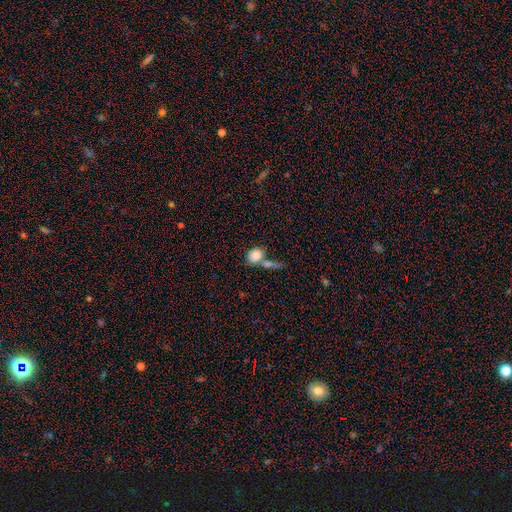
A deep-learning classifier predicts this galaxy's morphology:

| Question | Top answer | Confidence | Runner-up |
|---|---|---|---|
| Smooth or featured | smooth | 83% | featured or disk (9%) |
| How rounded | round | 52% | in between (45%) |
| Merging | merger | 41% | tied: none (41%) |